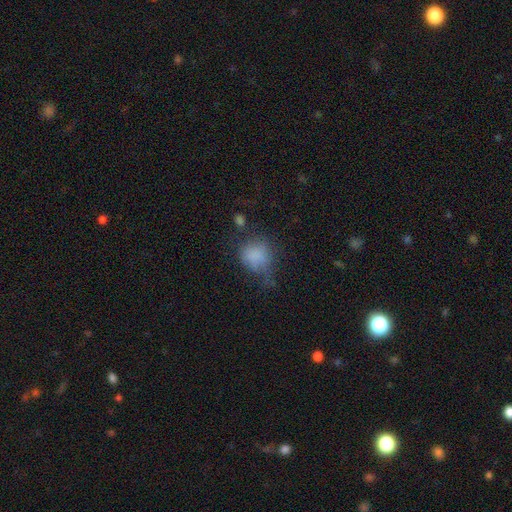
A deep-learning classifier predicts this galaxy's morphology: Smooth or featured: smooth — 74% (featured or disk — 14%)
How rounded: round — 64% (in between — 34%)
Merging: none — 35% (minor disturbance — 31%)